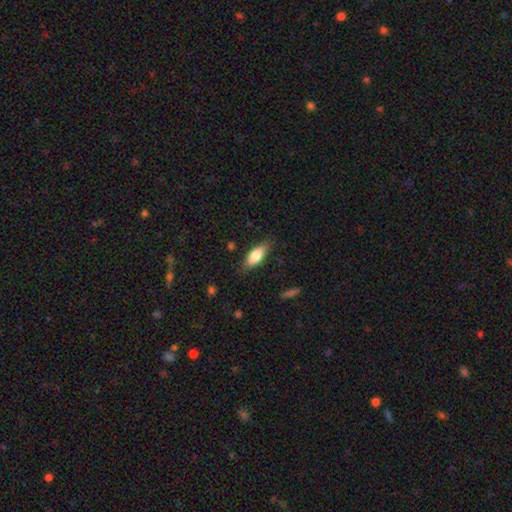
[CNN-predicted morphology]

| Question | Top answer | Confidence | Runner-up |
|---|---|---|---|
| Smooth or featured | smooth | 73% | featured or disk (21%) |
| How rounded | in between | 76% | cigar-shaped (22%) |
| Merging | none | 81% | minor disturbance (15%) |